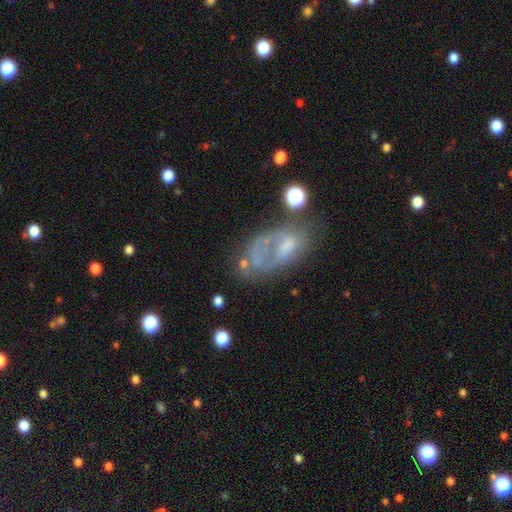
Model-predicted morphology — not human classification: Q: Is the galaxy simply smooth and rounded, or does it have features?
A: featured or disk — 51%.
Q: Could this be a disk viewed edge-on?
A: no — 94%.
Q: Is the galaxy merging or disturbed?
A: major disturbance — 35%.